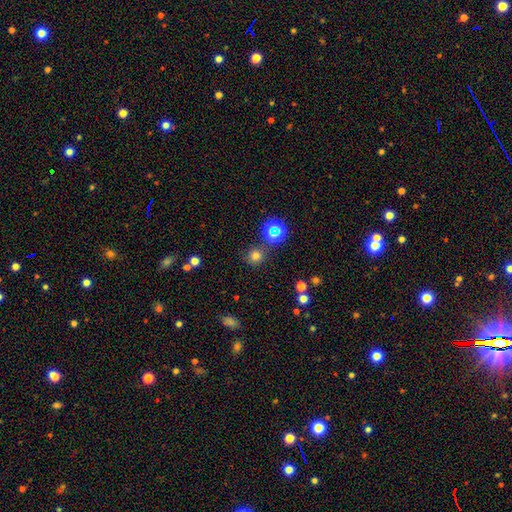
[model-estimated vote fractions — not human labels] This is likely a smooth galaxy (72%). How rounded: clearly round (93%). Merging: clearly none (84%).